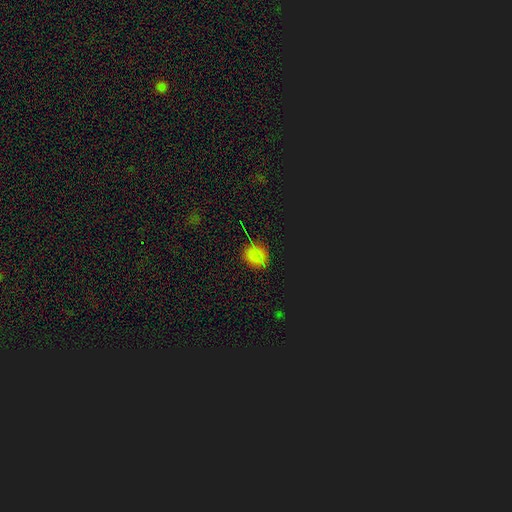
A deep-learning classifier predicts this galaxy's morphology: smooth 57%, star or artifact 38%, featured or disk 5%. Down the decision tree: how rounded — round (77%); merging — none (84%).